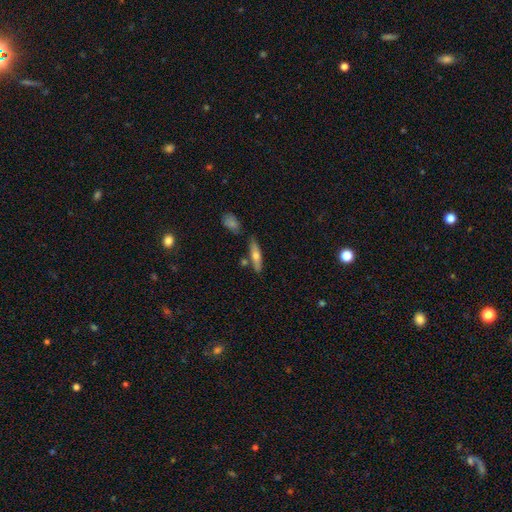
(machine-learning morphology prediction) The model was most divided on "smooth or featured": smooth: 56%, featured or disk: 38%, star or artifact: 6%. More confident: merging — none (73%); how rounded — cigar-shaped (69%).